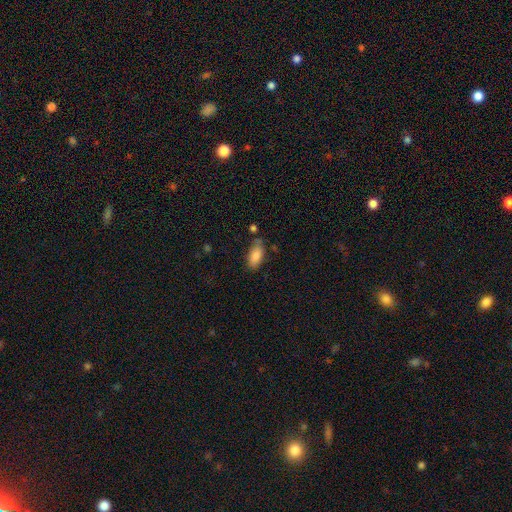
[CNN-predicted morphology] This appears to be a smooth galaxy with no disk features (85%) that is in between round and cigar-shaped (89%). Merging: none (67%).